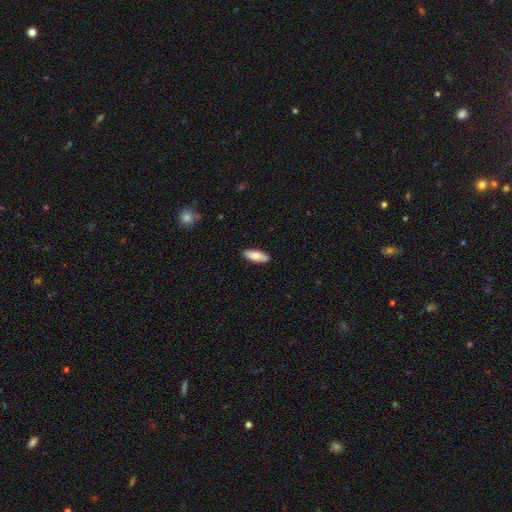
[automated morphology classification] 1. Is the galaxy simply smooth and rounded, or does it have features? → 82% smooth, 13% featured or disk, 6% star or artifact.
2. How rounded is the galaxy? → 65% in between, 33% cigar-shaped, 2% round.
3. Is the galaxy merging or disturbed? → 89% none, 8% minor disturbance, 2% major disturbance, 1% merger.